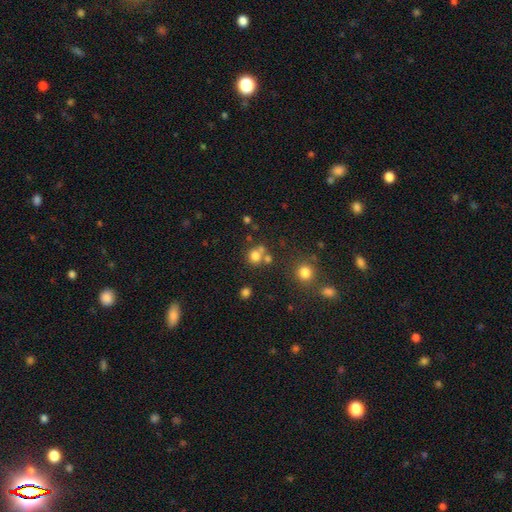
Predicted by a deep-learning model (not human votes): The model was most divided on "merging": none: 57%, merger: 28%, minor disturbance: 10%, major disturbance: 5%. More confident: how rounded — round (83%); smooth or featured — smooth (75%).